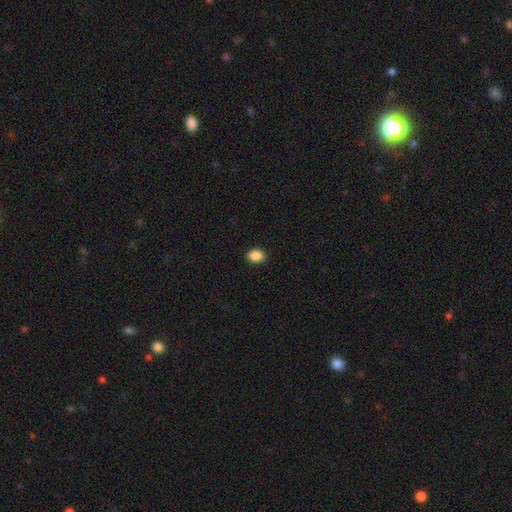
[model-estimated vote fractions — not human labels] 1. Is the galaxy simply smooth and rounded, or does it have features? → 89% smooth, 8% star or artifact, 3% featured or disk.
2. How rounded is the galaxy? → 72% in between, 27% round, 1% cigar-shaped.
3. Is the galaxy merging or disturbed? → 91% none, 7% minor disturbance, 2% major disturbance, 1% merger.